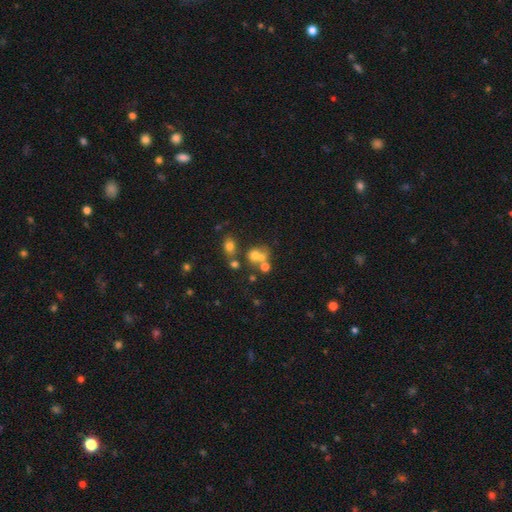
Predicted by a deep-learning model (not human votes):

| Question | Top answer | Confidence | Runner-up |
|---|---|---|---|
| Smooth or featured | smooth | 58% | featured or disk (23%) |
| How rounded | round | 71% | in between (28%) |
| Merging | merger | 46% | none (37%) |